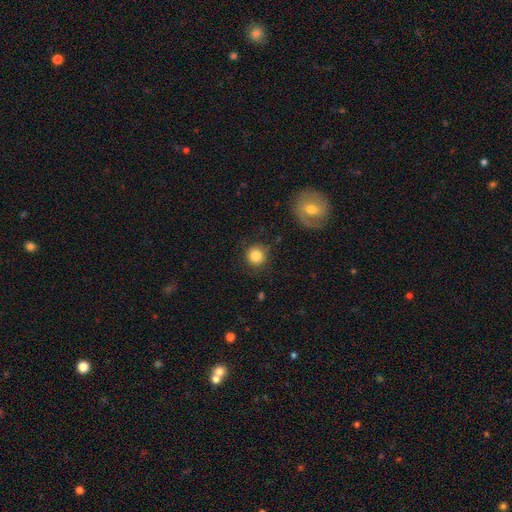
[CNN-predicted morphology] Smooth or featured? Predicted: smooth (p=0.83). How rounded? Predicted: round (p=0.92). Merging? Predicted: none (p=0.84).